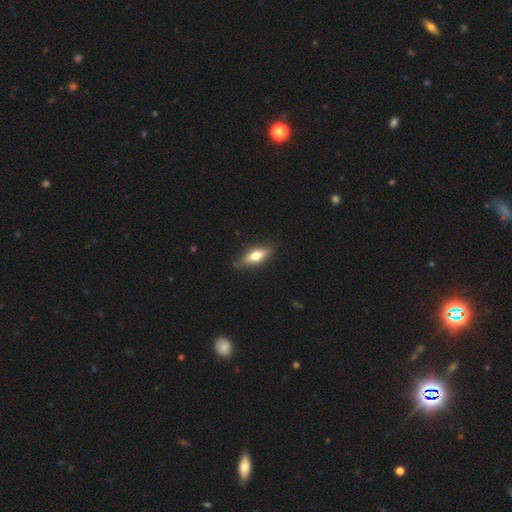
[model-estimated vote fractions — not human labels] Smooth or featured? smooth (64%)
How rounded? in between (66%)
Merging? none (83%)